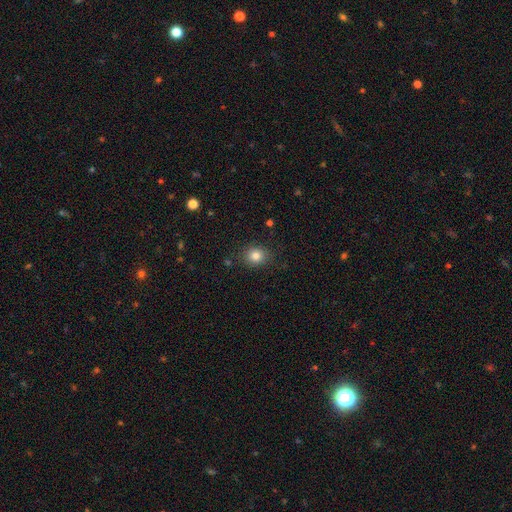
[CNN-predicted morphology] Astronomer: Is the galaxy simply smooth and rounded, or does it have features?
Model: smooth — 82%.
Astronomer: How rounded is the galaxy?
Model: round — 67%.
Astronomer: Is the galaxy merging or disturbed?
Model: none — 86%.